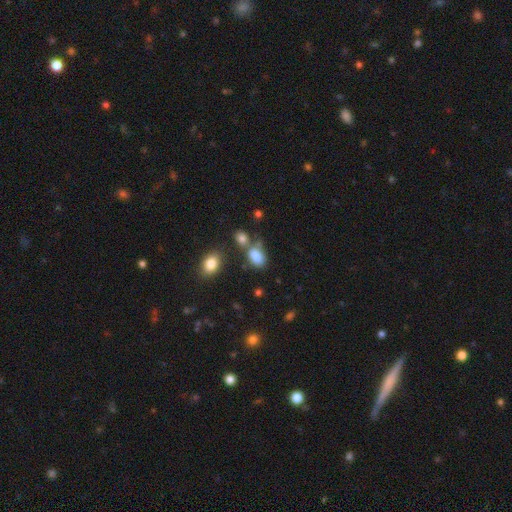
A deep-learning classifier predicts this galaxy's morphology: A smooth galaxy with no disk features (81%) that is in between round and cigar-shaped (87%). Merging: none (42%).